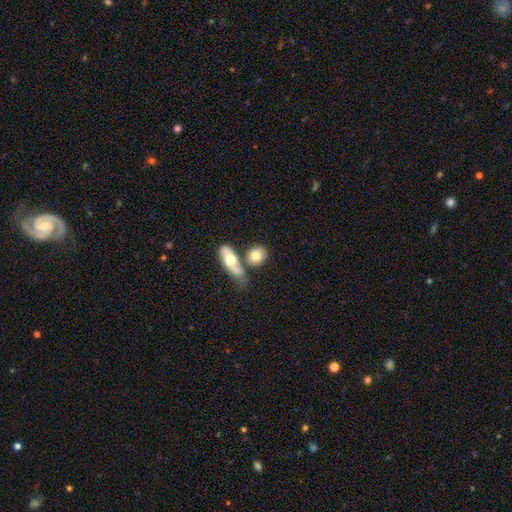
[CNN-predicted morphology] This is likely a smooth galaxy (75%). How rounded: possibly round (51%). Merging: possibly none (49%).